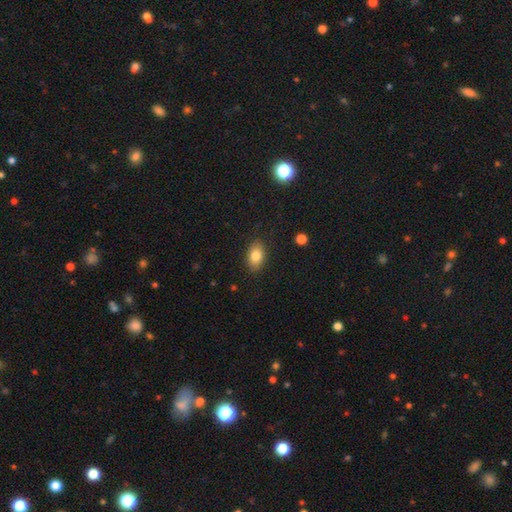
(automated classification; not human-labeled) A smooth galaxy with no disk features (83%) that is in between round and cigar-shaped (88%).

Vote fractions:
- Smooth or featured? smooth: 83% / featured or disk: 9% / star or artifact: 8%
- How rounded? in between: 88% / round: 11% / cigar-shaped: 2%
- Merging? none: 86% / minor disturbance: 10% / major disturbance: 3% / merger: 1%